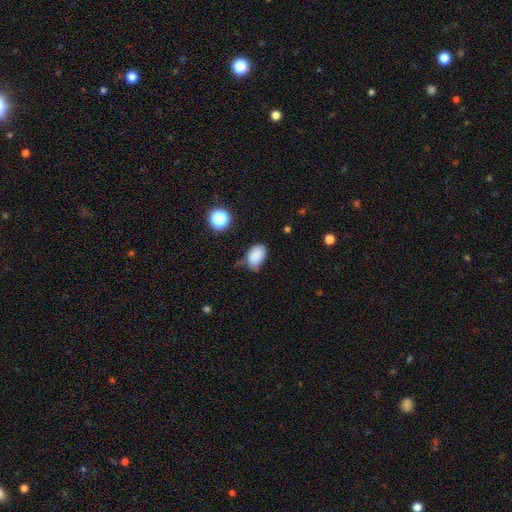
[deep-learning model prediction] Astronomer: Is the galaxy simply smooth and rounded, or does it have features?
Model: smooth — 84%.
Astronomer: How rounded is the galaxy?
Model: in between — 86%.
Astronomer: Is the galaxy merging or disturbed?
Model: none — 47% (runner-up: minor disturbance, 38%).